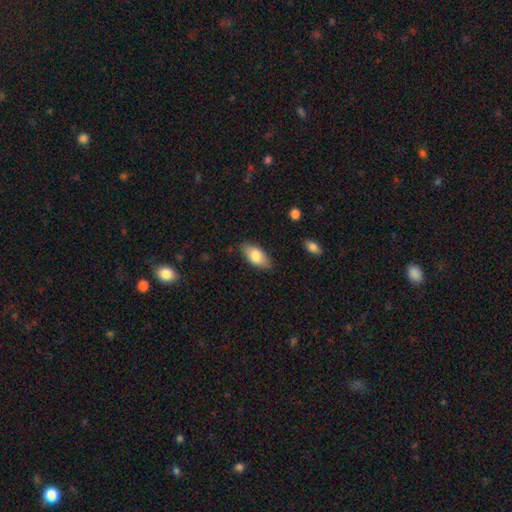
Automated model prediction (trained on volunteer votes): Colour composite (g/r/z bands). It shows a smooth galaxy with no disk features (82%) that is in between round and cigar-shaped (91%). Merging: none (83%).